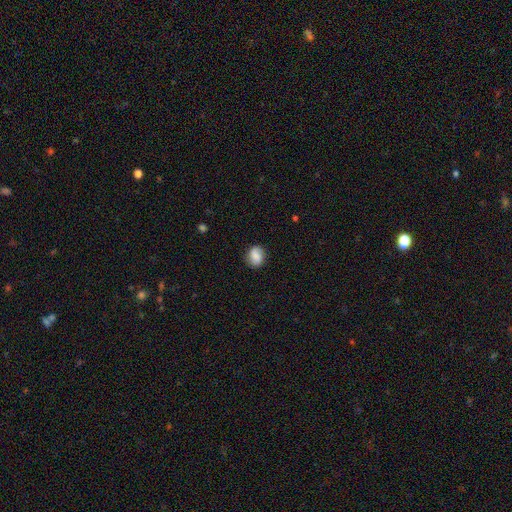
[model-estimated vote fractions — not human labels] Morphology: type=smooth (73%); roundness=round (54%); merging=none (81%).